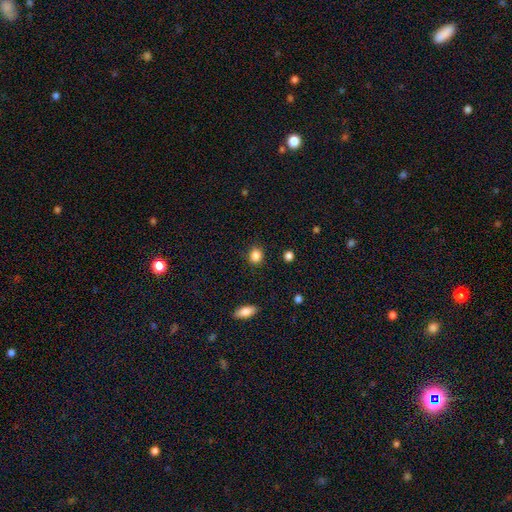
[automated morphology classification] smooth-or-featured: smooth: 86% | star or artifact: 10% | featured or disk: 4%
  how-rounded: round: 70% | in between: 29% | cigar-shaped: 1%
  merging: none: 87% | minor disturbance: 9% | major disturbance: 3% | merger: 1%